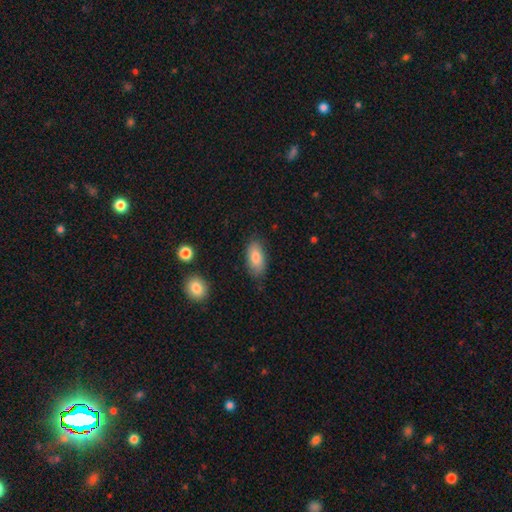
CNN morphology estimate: Smooth or featured?
  - smooth: 82% *
  - featured or disk: 10%
  - star or artifact: 7%
How rounded?
  - in between: 89% *
  - cigar-shaped: 8%
  - round: 3%
Merging?
  - none: 82% *
  - minor disturbance: 14%
  - major disturbance: 3%
  - merger: 2%